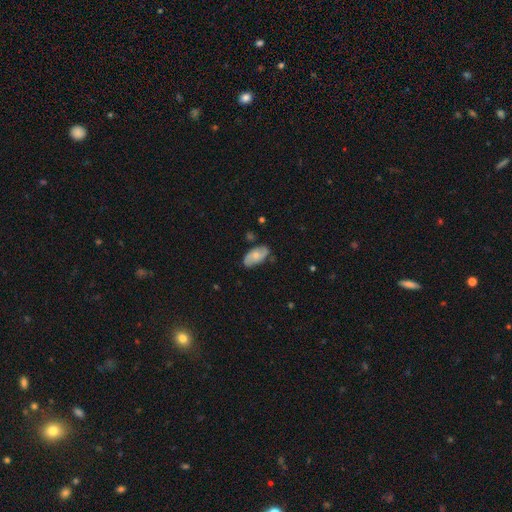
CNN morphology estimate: This appears to be a smooth galaxy with no disk features (54%) that is in between round and cigar-shaped (92%). Merging: none (70%).